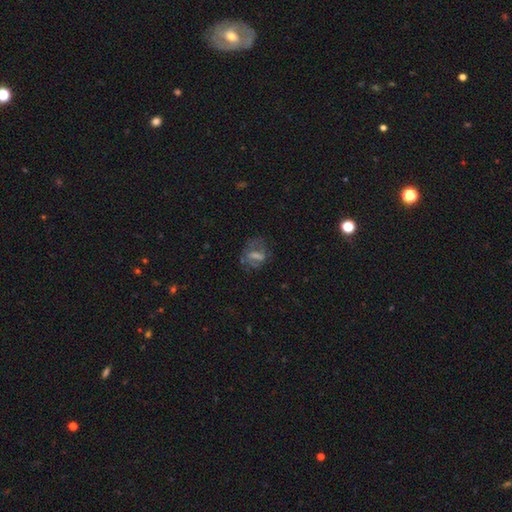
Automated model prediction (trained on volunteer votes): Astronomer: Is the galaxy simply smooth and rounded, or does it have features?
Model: featured or disk — 40% (runner-up: star or artifact, 30%).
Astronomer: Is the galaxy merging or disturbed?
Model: none — 66%.